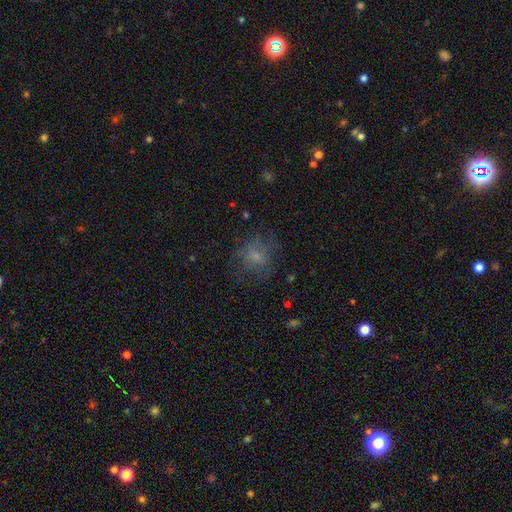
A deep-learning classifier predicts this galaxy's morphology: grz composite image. It shows a smooth galaxy with no disk features (64%) that is round (69%). Merging: none (63%).